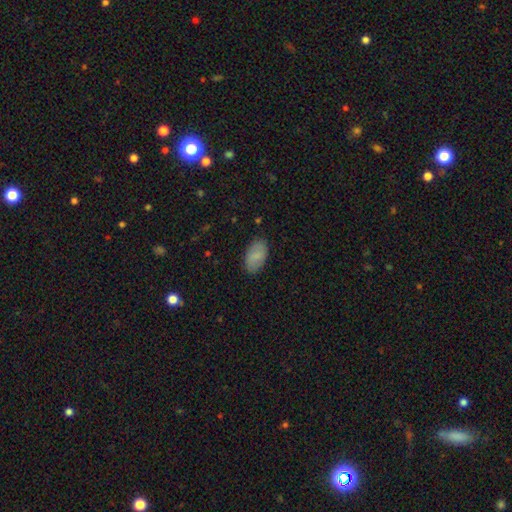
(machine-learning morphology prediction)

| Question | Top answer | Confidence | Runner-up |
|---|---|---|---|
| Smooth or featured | smooth | 83% | featured or disk (10%) |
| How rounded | in between | 94% | round (4%) |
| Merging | none | 85% | minor disturbance (12%) |